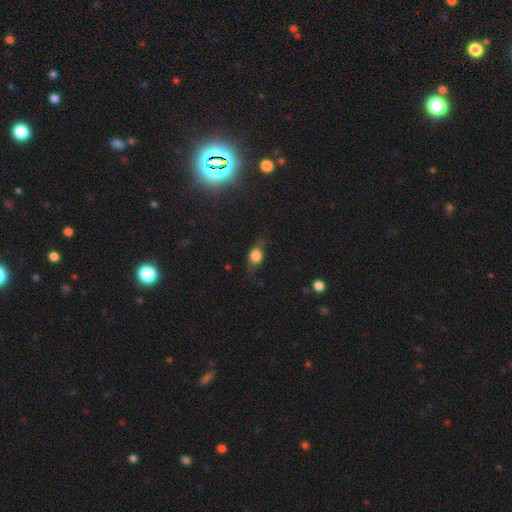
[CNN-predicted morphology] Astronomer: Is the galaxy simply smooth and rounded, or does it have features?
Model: smooth — 68%.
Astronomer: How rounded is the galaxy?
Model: in between — 61%.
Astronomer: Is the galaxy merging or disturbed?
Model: none — 65%.